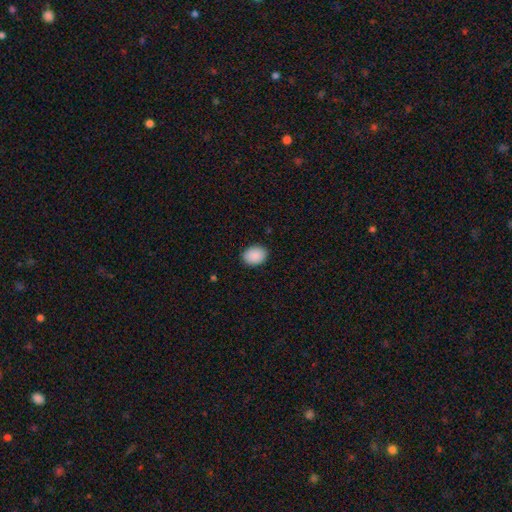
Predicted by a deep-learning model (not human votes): Smooth or featured?
  - smooth: 90% *
  - star or artifact: 7%
  - featured or disk: 3%
How rounded?
  - in between: 63% *
  - round: 36%
  - cigar-shaped: 1%
Merging?
  - none: 88% *
  - minor disturbance: 9%
  - major disturbance: 2%
  - merger: 1%